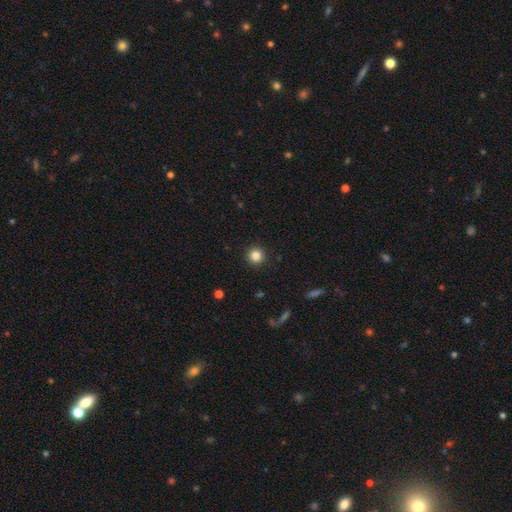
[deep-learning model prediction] Smooth or featured? Predicted: smooth (p=0.84). How rounded? Predicted: round (p=0.95). Merging? Predicted: none (p=0.93).